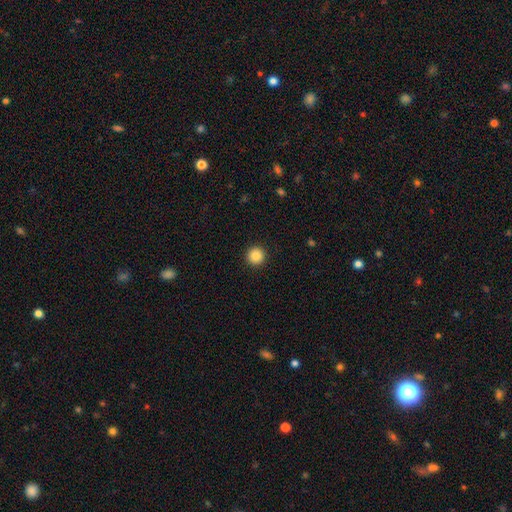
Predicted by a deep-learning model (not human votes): Overall: smooth (88%). How rounded: round (96%). Merging: none (93%).